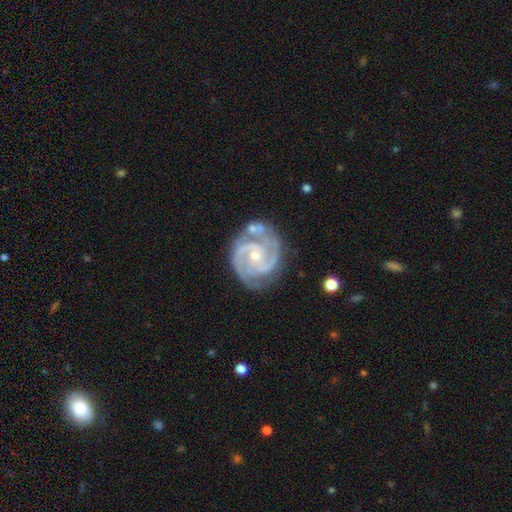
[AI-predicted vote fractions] This is clearly a featured or disk galaxy (93%). It is clearly not viewed edge-on (98%). Bar: likely no (61%). Spiral arm pattern: clearly yes (99%). Spiral arm count: possibly 2 (52%). Spiral winding: possibly tight (59%). Central bulge: likely small (69%). Merging: likely none (68%).